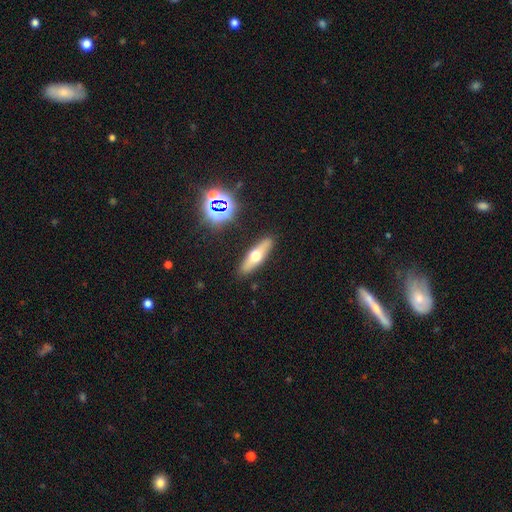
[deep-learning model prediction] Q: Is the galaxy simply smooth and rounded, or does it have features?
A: featured or disk — 46%.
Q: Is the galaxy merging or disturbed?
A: none — 89%.